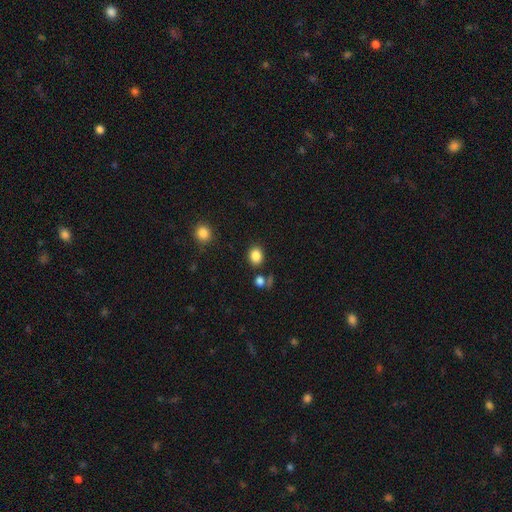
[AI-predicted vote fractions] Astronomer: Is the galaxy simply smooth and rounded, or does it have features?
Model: smooth — 85%.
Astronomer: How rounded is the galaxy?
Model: round — 54% (runner-up: in between, 46%).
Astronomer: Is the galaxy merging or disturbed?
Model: none — 81%.